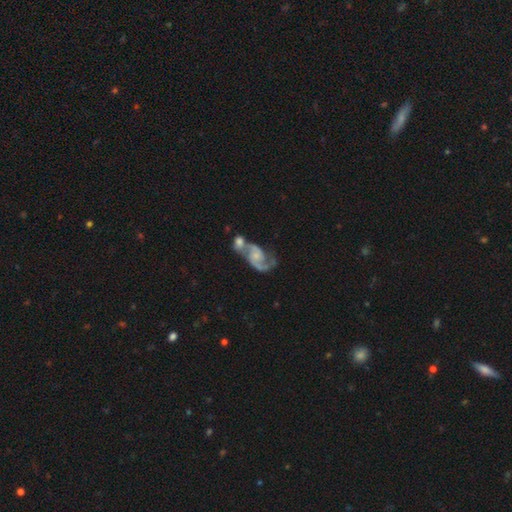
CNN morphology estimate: This appears to be a featured or disk galaxy (85%) with no bar (64%), 2 (85%) medium (45%) spiral arms (95%) and a small central bulge (56%). Merging: merger (55%).